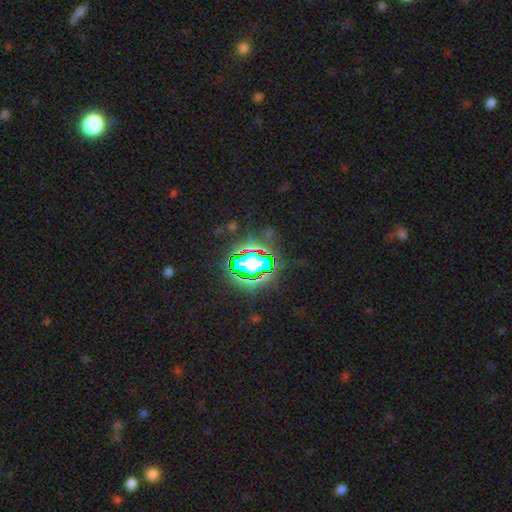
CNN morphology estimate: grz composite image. It shows a star or artifact, not a galaxy (78%).